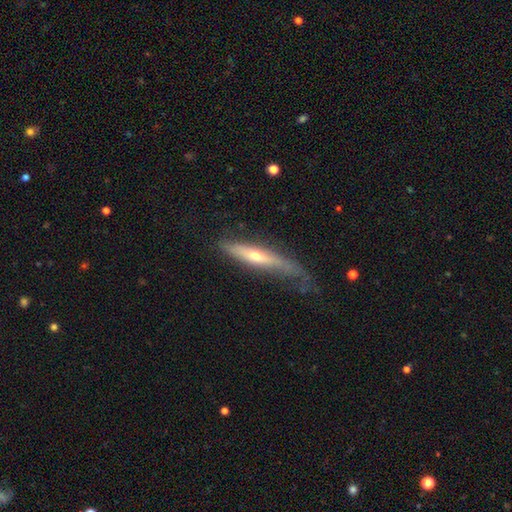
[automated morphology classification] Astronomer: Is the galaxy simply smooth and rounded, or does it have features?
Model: featured or disk — 54% (runner-up: smooth, 40%).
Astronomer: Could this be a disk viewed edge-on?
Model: yes — 76%.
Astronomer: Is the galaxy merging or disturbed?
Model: none — 48% (runner-up: minor disturbance, 30%).